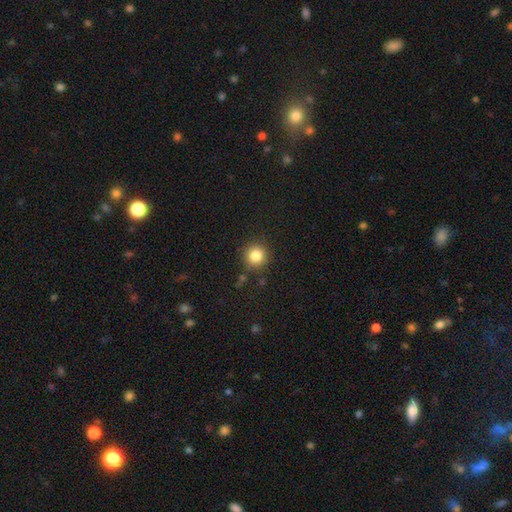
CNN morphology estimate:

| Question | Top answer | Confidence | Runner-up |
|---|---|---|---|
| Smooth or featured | smooth | 84% | star or artifact (11%) |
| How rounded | round | 93% | in between (6%) |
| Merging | none | 87% | minor disturbance (8%) |